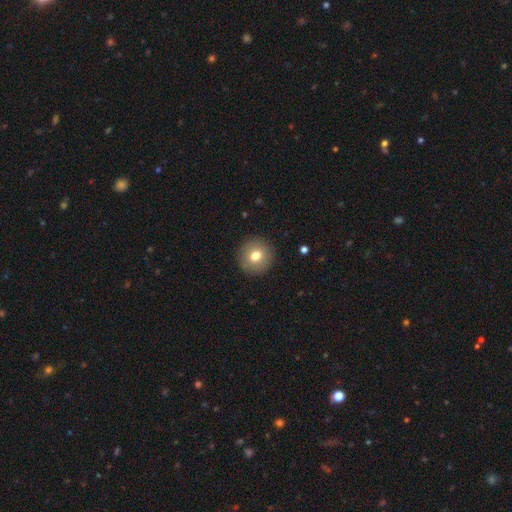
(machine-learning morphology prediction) This appears to be a smooth galaxy with no disk features (75%) that is round (94%). Merging: none (91%).